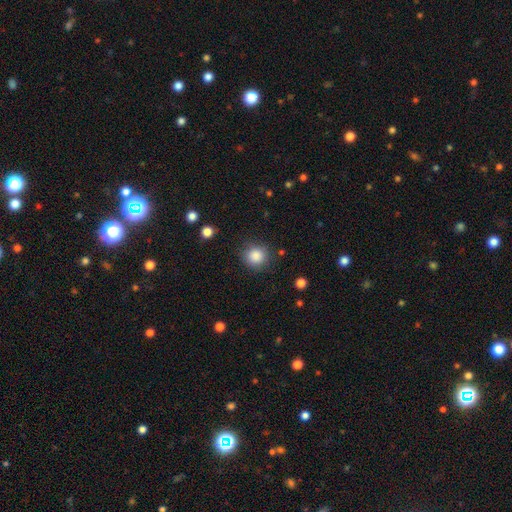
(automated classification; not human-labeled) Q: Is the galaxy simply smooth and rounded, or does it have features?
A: smooth — 86%.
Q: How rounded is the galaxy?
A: round — 91%.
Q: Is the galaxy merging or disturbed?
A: none — 84%.